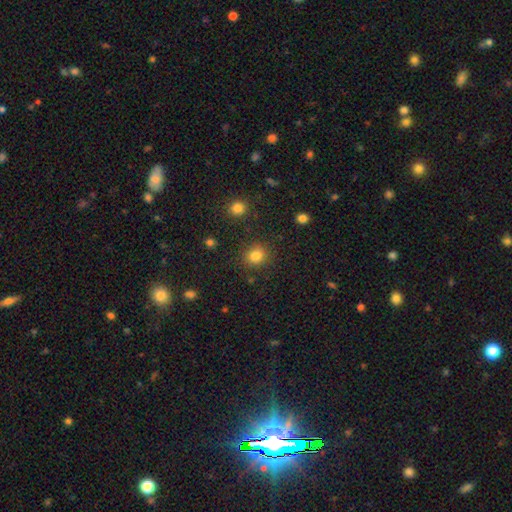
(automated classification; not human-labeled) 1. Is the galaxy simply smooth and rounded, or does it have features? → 83% smooth, 13% star or artifact, 5% featured or disk.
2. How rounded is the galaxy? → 81% round, 18% in between, 1% cigar-shaped.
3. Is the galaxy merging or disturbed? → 85% none, 8% minor disturbance, 3% major disturbance, 3% merger.